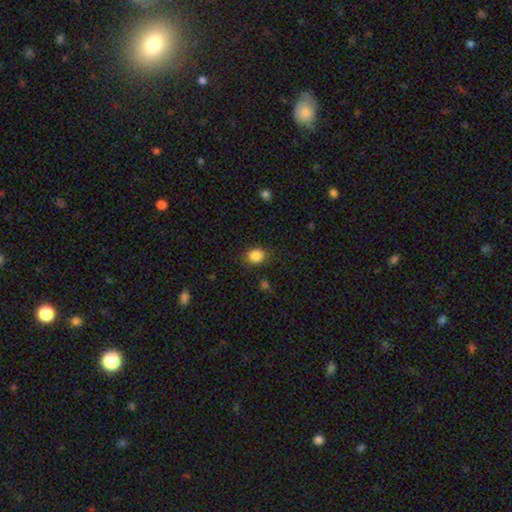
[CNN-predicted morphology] Smooth or featured?
  - smooth: 85% *
  - star or artifact: 10%
  - featured or disk: 5%
How rounded?
  - round: 58% *
  - in between: 41%
  - cigar-shaped: 1%
Merging?
  - none: 83% *
  - minor disturbance: 12%
  - major disturbance: 3%
  - merger: 2%